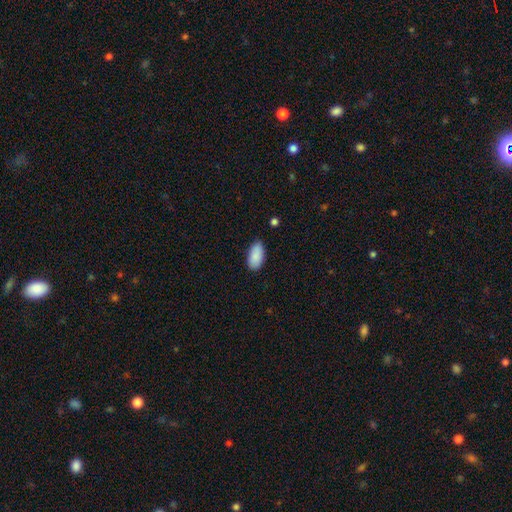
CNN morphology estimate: smooth-or-featured: smooth: 90% | star or artifact: 6% | featured or disk: 4%
  how-rounded: in between: 94% | cigar-shaped: 4% | round: 2%
  merging: none: 83% | minor disturbance: 13% | major disturbance: 2% | merger: 1%